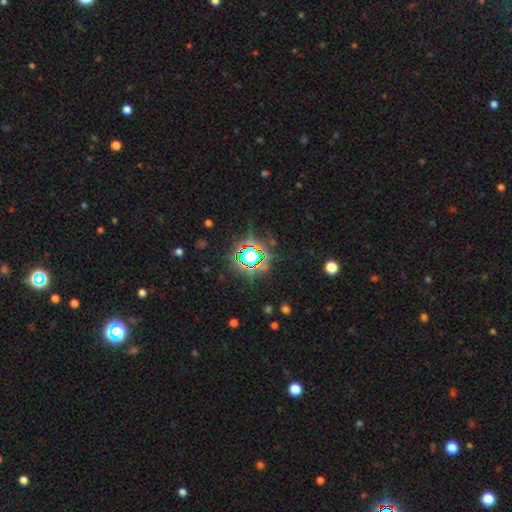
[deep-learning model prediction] Morphology: type=star or artifact (75%).